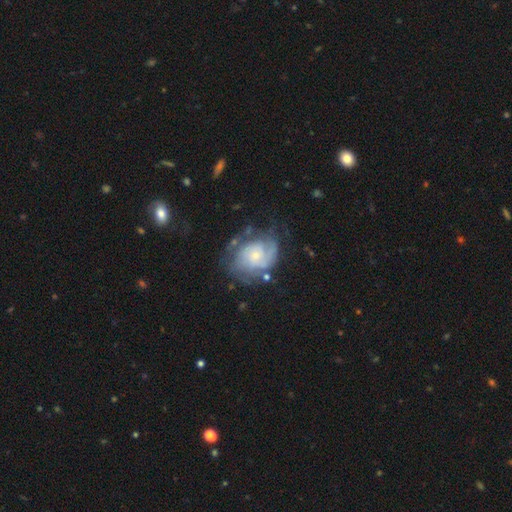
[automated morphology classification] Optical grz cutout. It shows a featured or disk galaxy (77%) with no bar (73%), 2 (35%) tight (51%) spiral arms (90%) and a small central bulge (70%). Merging: none (55%).